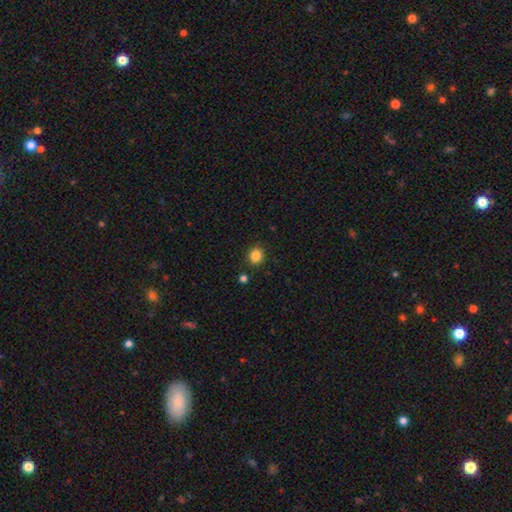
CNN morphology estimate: This appears to be a smooth galaxy with no disk features (85%) that is round (76%). Merging: none (87%).